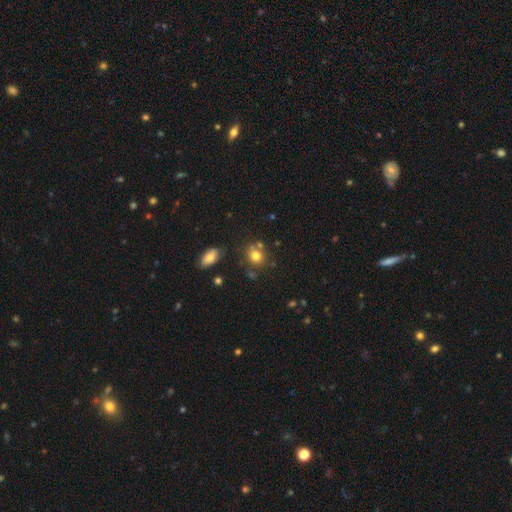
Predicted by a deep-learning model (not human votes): Smooth or featured: smooth — 77% (star or artifact — 13%)
How rounded: round — 73% (in between — 26%)
Merging: none — 67% (merger — 15%)